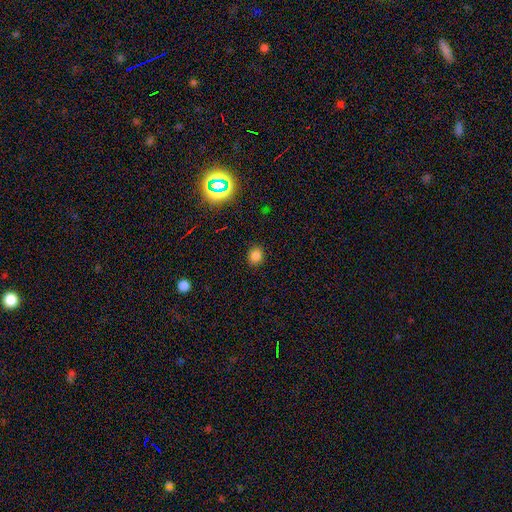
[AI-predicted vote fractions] A smooth galaxy with no disk features (80%) that is round (78%). Merging: none (89%).